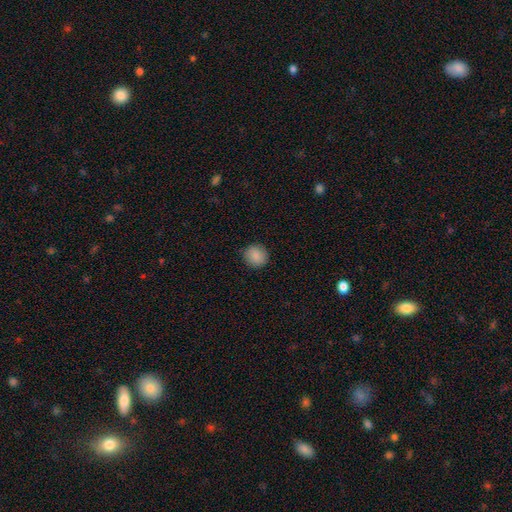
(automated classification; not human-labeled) This is clearly a smooth galaxy (88%). How rounded: clearly round (88%). Merging: clearly none (90%).